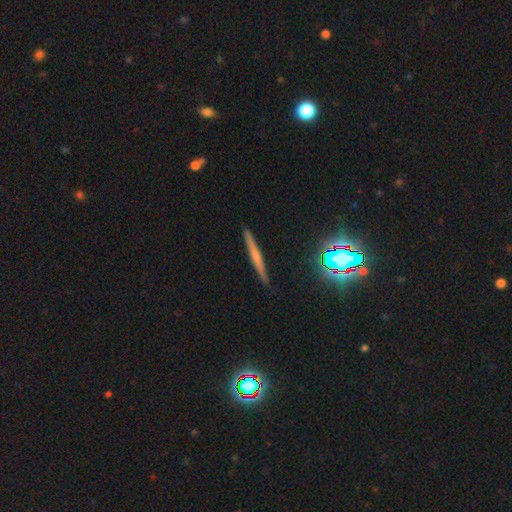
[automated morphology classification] smooth_or_featured: featured or disk (p=0.50) [alt: smooth p=0.38]
merging: none (p=0.90) [alt: minor disturbance p=0.08]